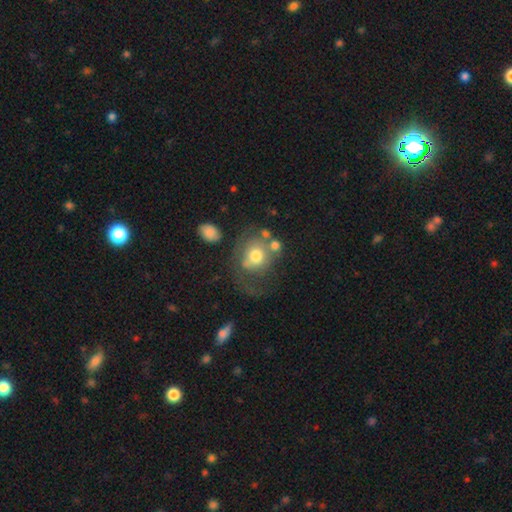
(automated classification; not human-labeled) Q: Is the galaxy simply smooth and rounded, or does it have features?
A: smooth — 59%.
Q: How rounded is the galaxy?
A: round — 68%.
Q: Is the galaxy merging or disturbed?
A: major disturbance — 35%.